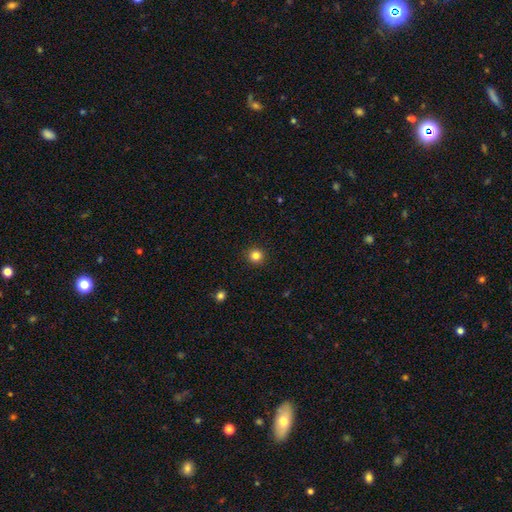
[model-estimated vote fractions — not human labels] Smooth or featured?
  - smooth: 83% *
  - star or artifact: 12%
  - featured or disk: 5%
How rounded?
  - round: 95% *
  - in between: 4%
  - cigar-shaped: 1%
Merging?
  - none: 93% *
  - minor disturbance: 5%
  - major disturbance: 2%
  - merger: 1%